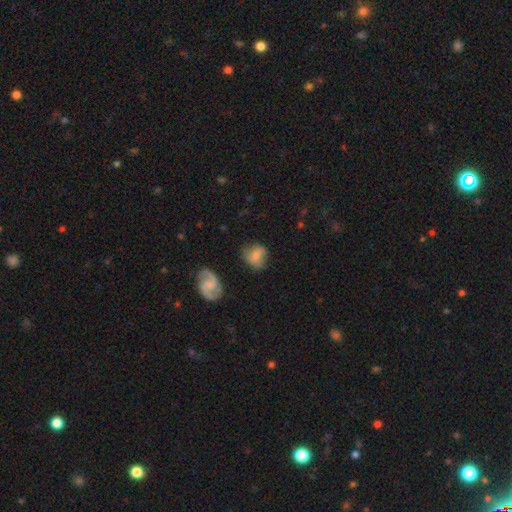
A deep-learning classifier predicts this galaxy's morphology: smooth-or-featured: smooth: 53% | featured or disk: 38% | star or artifact: 10%
  how-rounded: round: 60% | in between: 38% | cigar-shaped: 2%
  merging: none: 61% | minor disturbance: 25% | major disturbance: 10% | merger: 4%